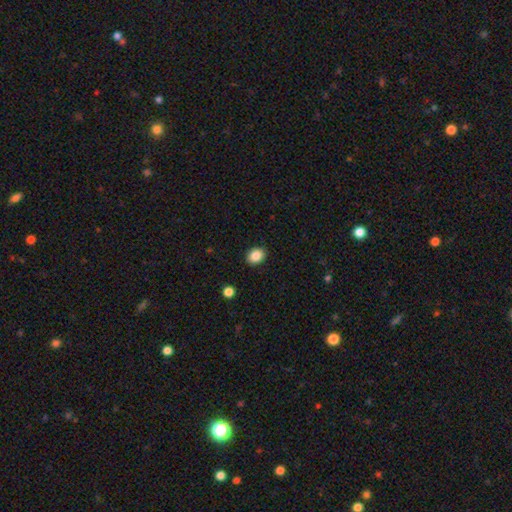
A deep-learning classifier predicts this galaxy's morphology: This appears to be a smooth galaxy with no disk features (87%) that is in between round and cigar-shaped (55%). Merging: none (90%).